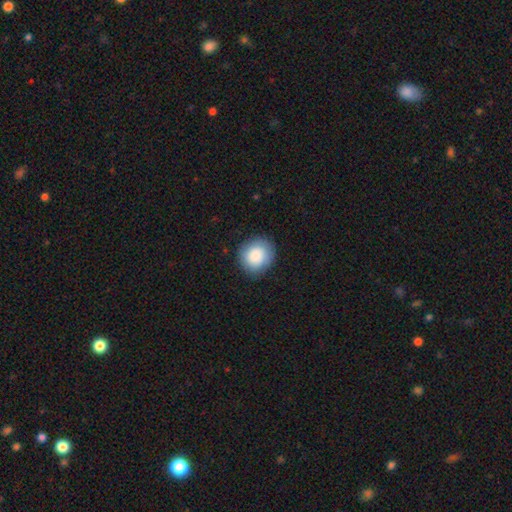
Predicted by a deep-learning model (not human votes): A smooth galaxy with no disk features (87%) that is round (85%). Merging: none (87%).